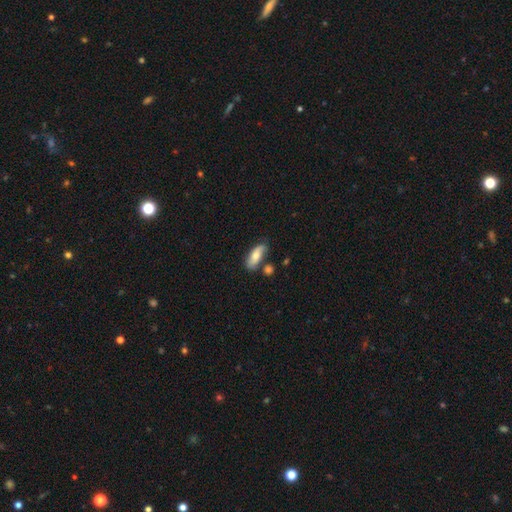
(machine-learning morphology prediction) A smooth galaxy with no disk features (67%) that is in between round and cigar-shaped (78%).

Vote fractions:
- Smooth or featured? smooth: 67% / featured or disk: 27% / star or artifact: 7%
- How rounded? in between: 78% / cigar-shaped: 19% / round: 3%
- Merging? none: 65% / minor disturbance: 20% / merger: 11% / major disturbance: 5%